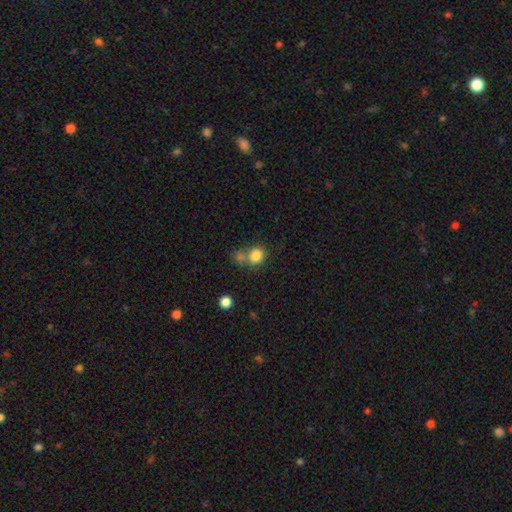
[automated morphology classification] This appears to be a smooth galaxy with no disk features (82%) that is round (82%). Merging: none (56%).